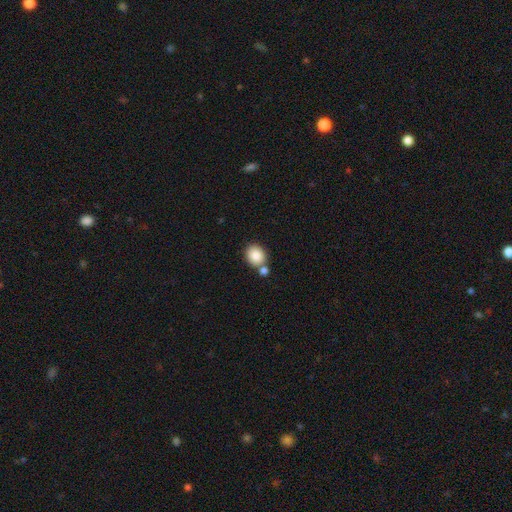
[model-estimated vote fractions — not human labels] Smooth or featured: smooth — 86% (star or artifact — 8%)
How rounded: round — 67% (in between — 32%)
Merging: none — 61% (merger — 26%)